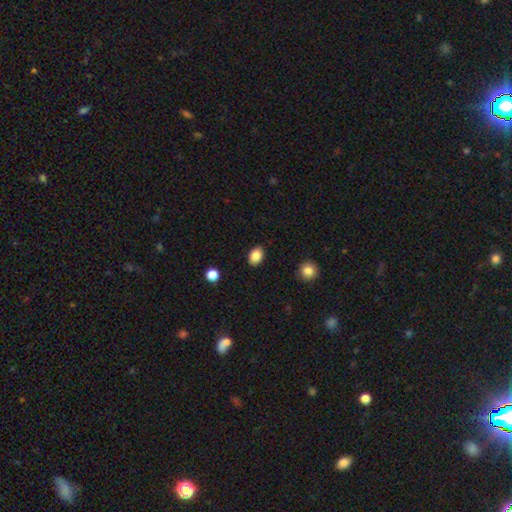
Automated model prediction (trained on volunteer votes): smooth 87%, star or artifact 9%, featured or disk 5%. Down the decision tree: how rounded — in between (77%); merging — none (88%).